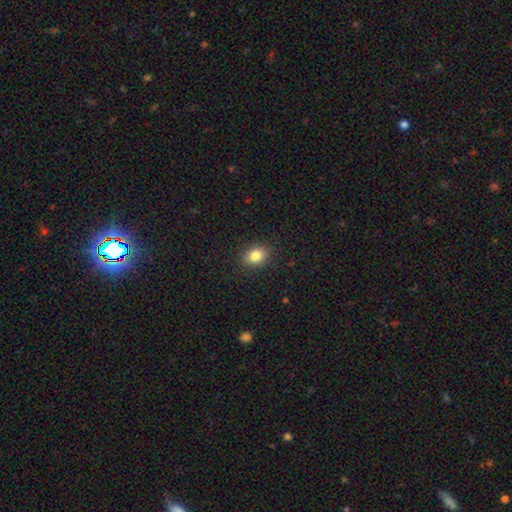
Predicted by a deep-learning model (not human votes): A smooth galaxy with no disk features (84%) that is in between round and cigar-shaped (52%).

Vote fractions:
- Smooth or featured? smooth: 84% / star or artifact: 11% / featured or disk: 6%
- How rounded? in between: 52% / round: 47% / cigar-shaped: 1%
- Merging? none: 89% / minor disturbance: 8% / major disturbance: 2% / merger: 1%